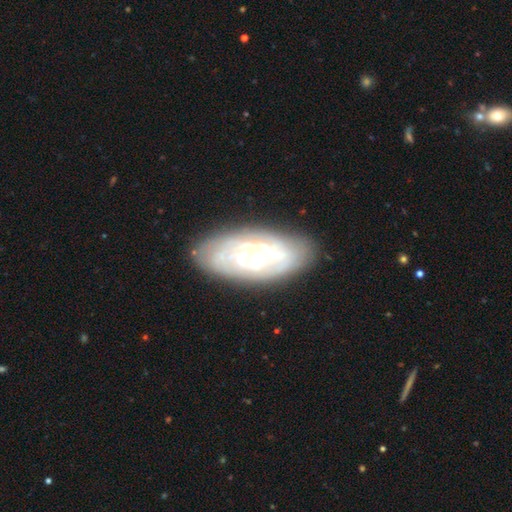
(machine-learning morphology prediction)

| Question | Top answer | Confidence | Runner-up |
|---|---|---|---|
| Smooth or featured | featured or disk | 73% | smooth (21%) |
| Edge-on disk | no | 90% | yes (10%) |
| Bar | no | 80% | weak (16%) |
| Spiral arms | yes | 72% | no (28%) |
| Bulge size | small | 59% | moderate (35%) |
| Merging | none | 78% | minor disturbance (16%) |